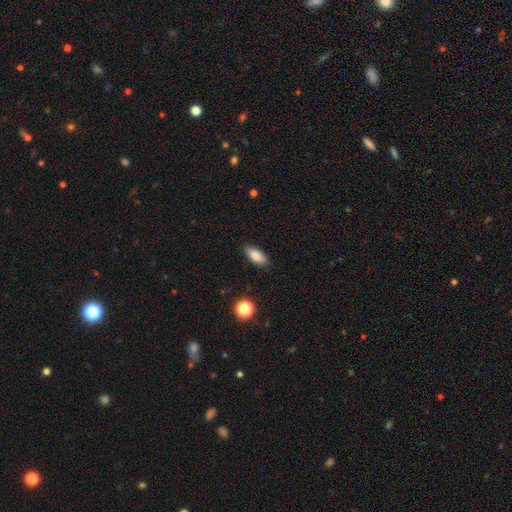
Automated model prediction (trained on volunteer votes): The model was most divided on "merging": none: 85%, minor disturbance: 11%, major disturbance: 3%, merger: 1%. More confident: how rounded — in between (87%); smooth or featured — smooth (87%).